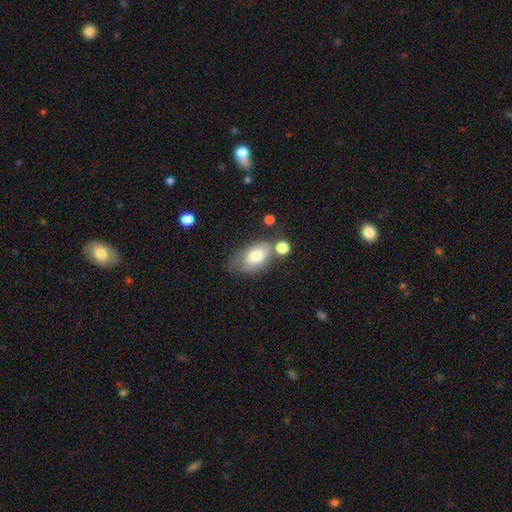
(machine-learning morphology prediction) type=smooth (74%); roundness=in between (90%); merging=none (50%).